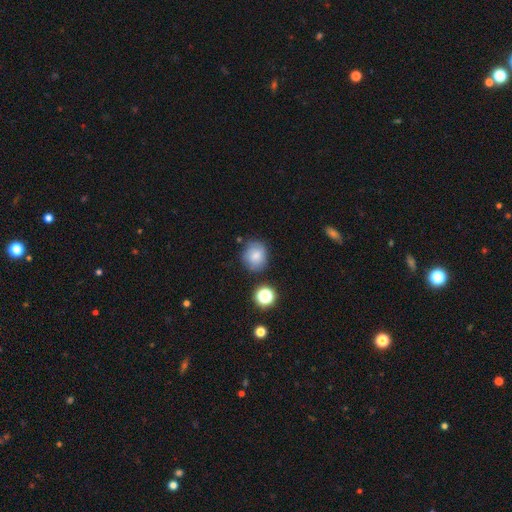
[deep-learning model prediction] smooth 76%, featured or disk 13%, star or artifact 11%. Down the decision tree: how rounded — round (76%); merging — none (74%).